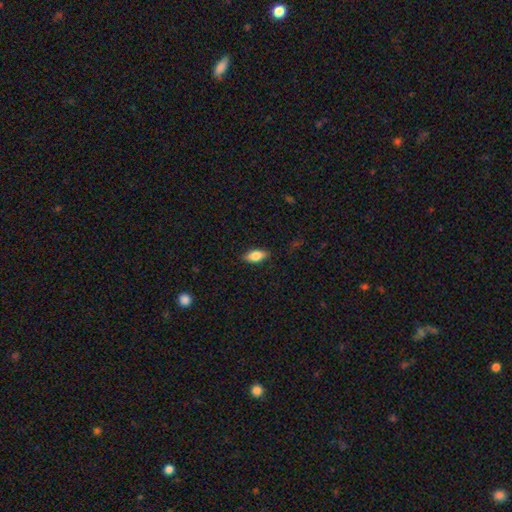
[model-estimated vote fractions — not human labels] Smooth or featured? Predicted: smooth (p=0.76). How rounded? Predicted: in between (p=0.85). Merging? Predicted: none (p=0.85).